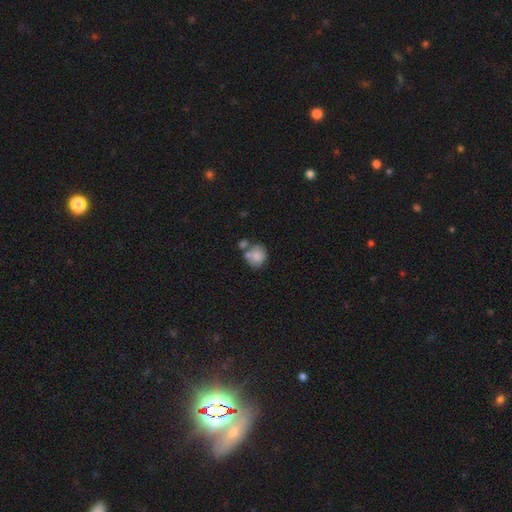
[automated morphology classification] Smooth or featured?
  - smooth: 80% *
  - featured or disk: 12%
  - star or artifact: 8%
How rounded?
  - round: 79% *
  - in between: 20%
  - cigar-shaped: 1%
Merging?
  - none: 45% *
  - merger: 35%
  - minor disturbance: 15%
  - major disturbance: 5%